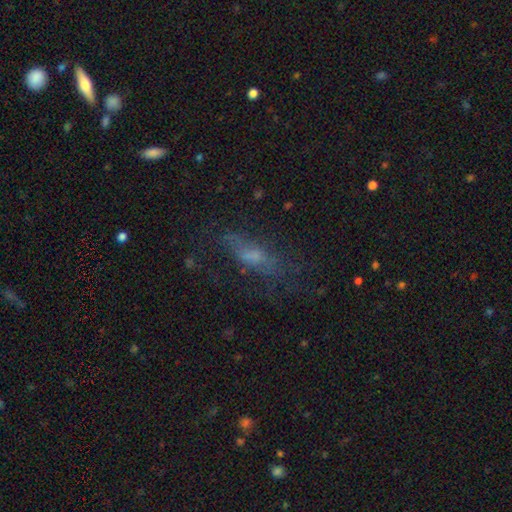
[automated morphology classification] A smooth galaxy with no disk features (45%). Merging: none (55%).